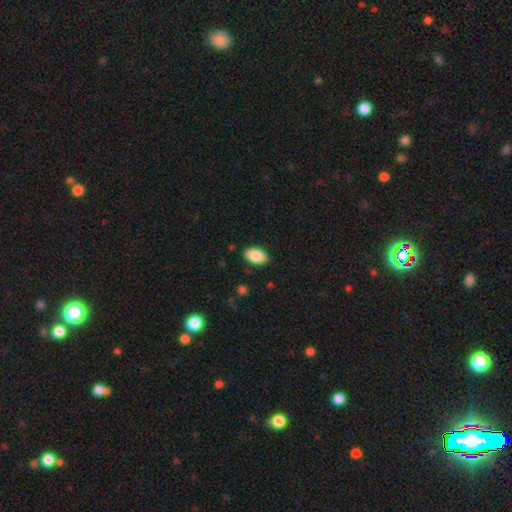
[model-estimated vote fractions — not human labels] A smooth galaxy with no disk features (87%) that is in between round and cigar-shaped (94%). Merging: none (87%).